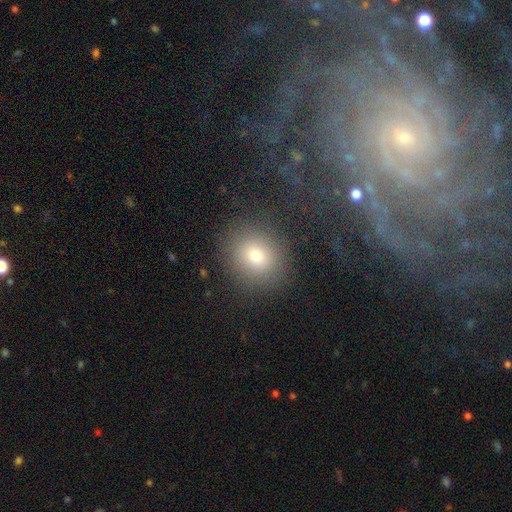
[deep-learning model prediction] A smooth galaxy with no disk features (76%) that is round (73%). Merging: none (80%).